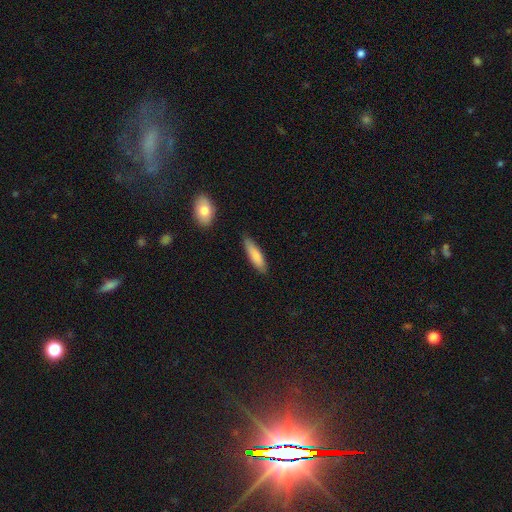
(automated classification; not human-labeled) smooth 80%, featured or disk 14%, star or artifact 6%. Down the decision tree: how rounded — cigar-shaped (62%); merging — none (81%).